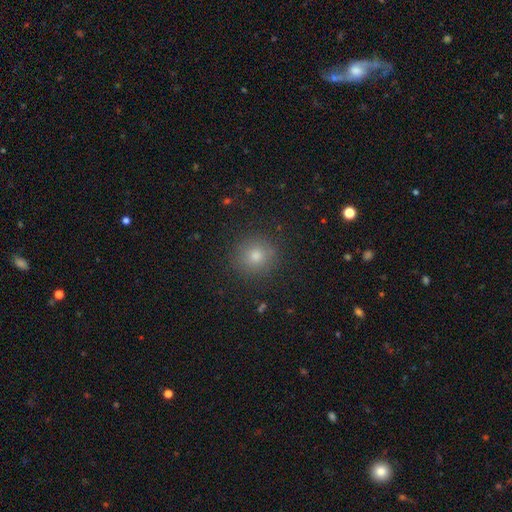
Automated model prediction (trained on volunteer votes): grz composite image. It shows a smooth galaxy with no disk features (75%) that is round (92%). Merging: none (89%).